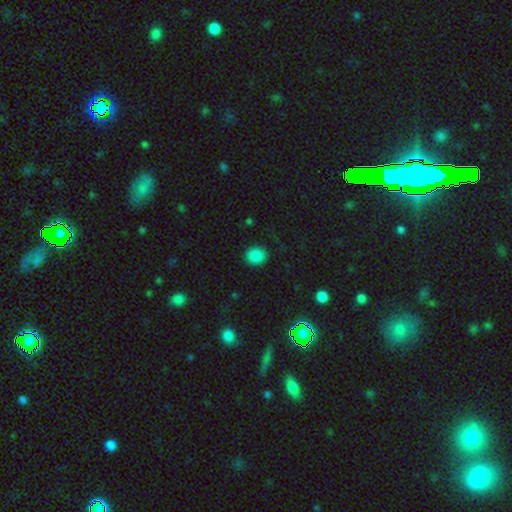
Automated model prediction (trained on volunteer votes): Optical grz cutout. It shows a smooth galaxy with no disk features (87%) that is round (72%). Merging: none (89%).